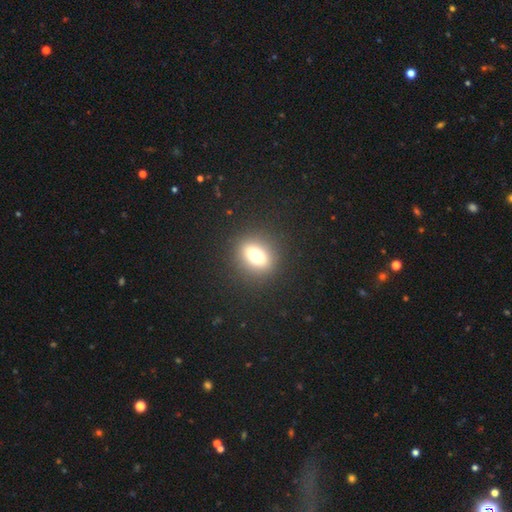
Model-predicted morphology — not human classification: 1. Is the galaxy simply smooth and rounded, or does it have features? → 72% smooth, 14% star or artifact, 14% featured or disk.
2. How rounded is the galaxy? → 51% in between, 46% round, 3% cigar-shaped.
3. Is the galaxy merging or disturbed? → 88% none, 7% minor disturbance, 4% major disturbance, 1% merger.